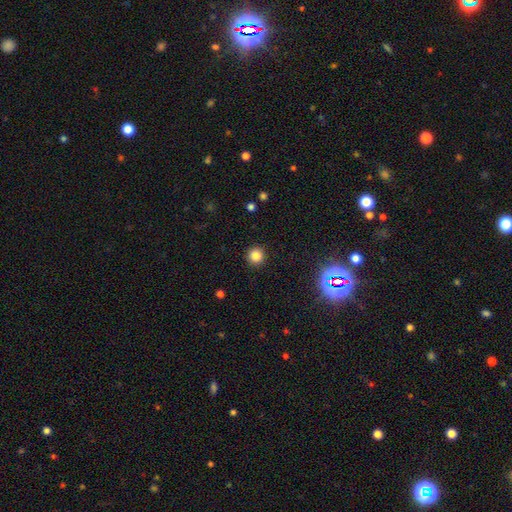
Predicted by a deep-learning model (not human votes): A smooth galaxy with no disk features (83%) that is round (95%).

Vote fractions:
- Smooth or featured? smooth: 83% / star or artifact: 13% / featured or disk: 4%
- How rounded? round: 95% / in between: 5% / cigar-shaped: 1%
- Merging? none: 92% / minor disturbance: 5% / major disturbance: 2% / merger: 1%